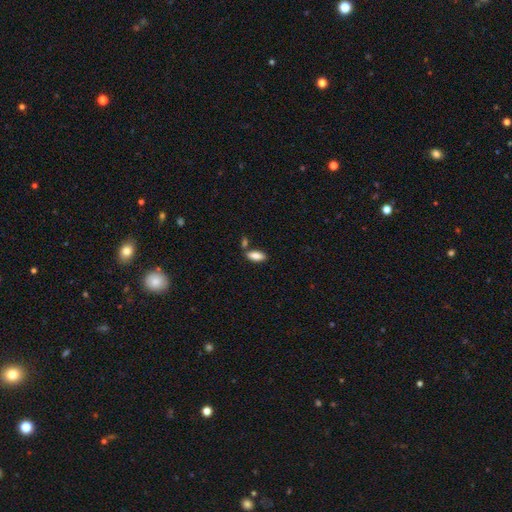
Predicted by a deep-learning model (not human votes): A smooth galaxy with no disk features (86%) that is in between round and cigar-shaped (83%). Merging: none (73%).